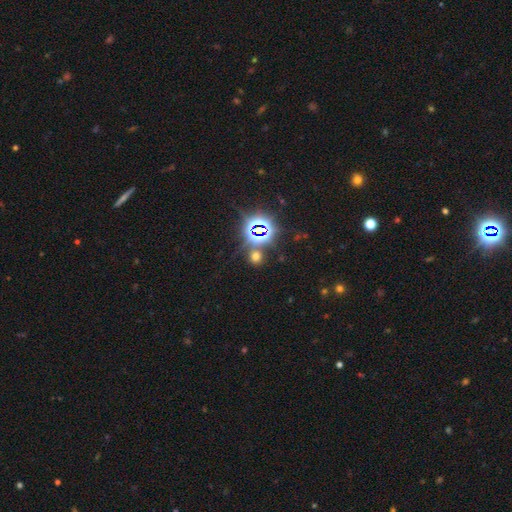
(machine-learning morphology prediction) Overall: star or artifact (53%; smooth 40%).